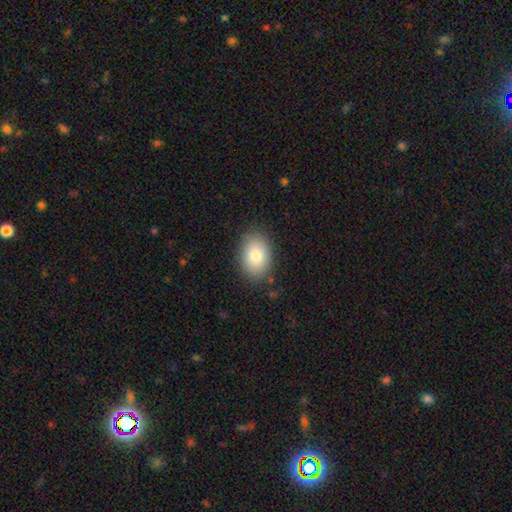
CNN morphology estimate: This appears to be a smooth galaxy with no disk features (84%) that is in between round and cigar-shaped (81%). Merging: none (84%).